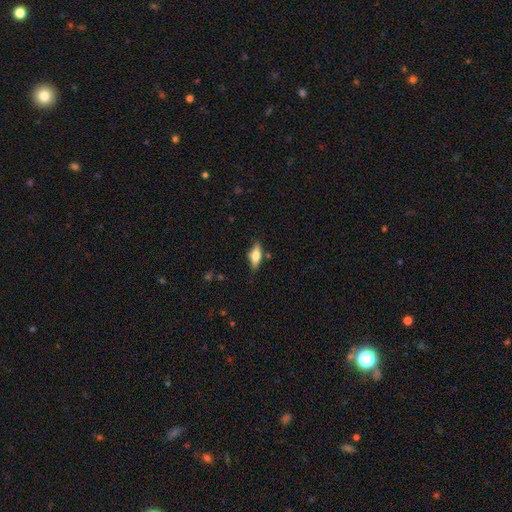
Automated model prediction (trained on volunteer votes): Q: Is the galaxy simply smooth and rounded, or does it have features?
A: smooth — 55%.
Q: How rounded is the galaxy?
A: in between — 67%.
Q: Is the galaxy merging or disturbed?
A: none — 79%.